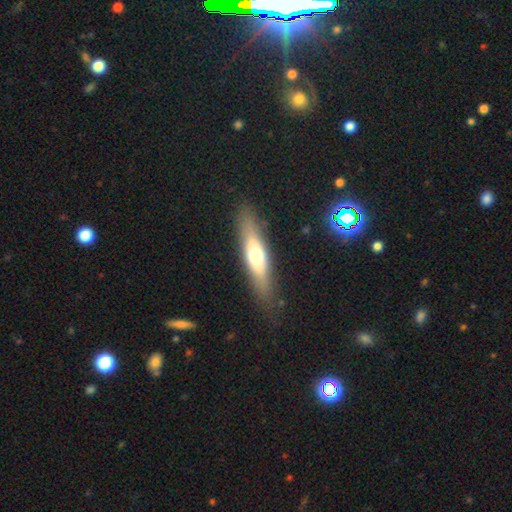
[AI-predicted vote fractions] Q: Smooth or featured?
A: smooth (53%); runner-up: featured or disk (41%)
Q: How rounded?
A: cigar-shaped (62%); runner-up: in between (35%)
Q: Merging?
A: none (84%); runner-up: minor disturbance (11%)